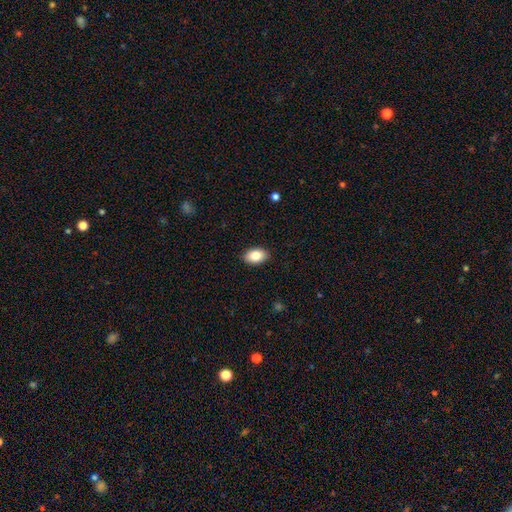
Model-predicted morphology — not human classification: Smooth or featured? smooth (84%)
How rounded? in between (89%)
Merging? none (89%)